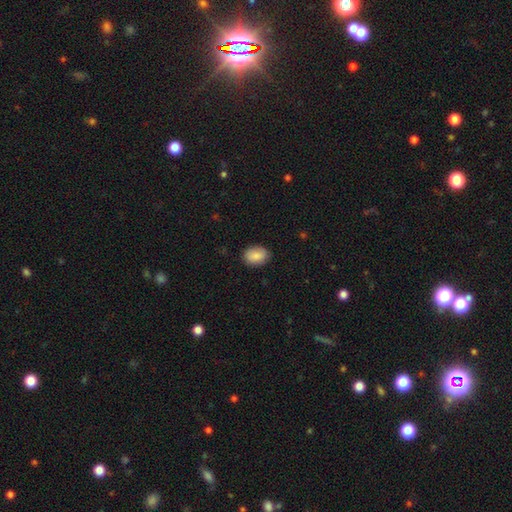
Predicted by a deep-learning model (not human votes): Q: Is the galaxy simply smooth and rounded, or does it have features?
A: smooth — 87%.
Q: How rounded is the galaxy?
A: in between — 78%.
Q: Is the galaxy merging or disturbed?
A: none — 86%.